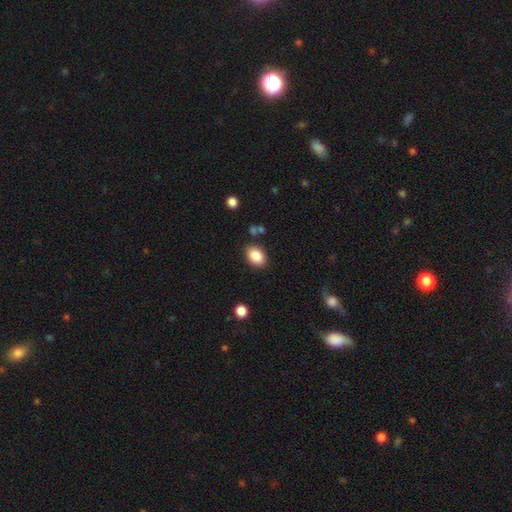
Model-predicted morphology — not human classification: smooth 87%, star or artifact 8%, featured or disk 5%. Down the decision tree: how rounded — in between (79%); merging — none (84%).